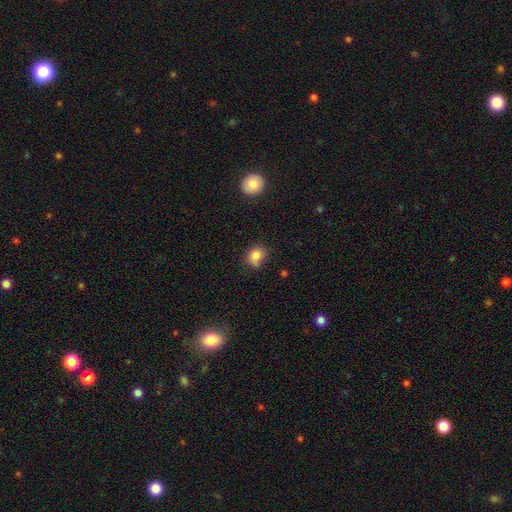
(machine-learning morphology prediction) Overall: smooth (82%). How rounded: round (60%; in between 39%). Merging: none (57%; minor disturbance 29%).